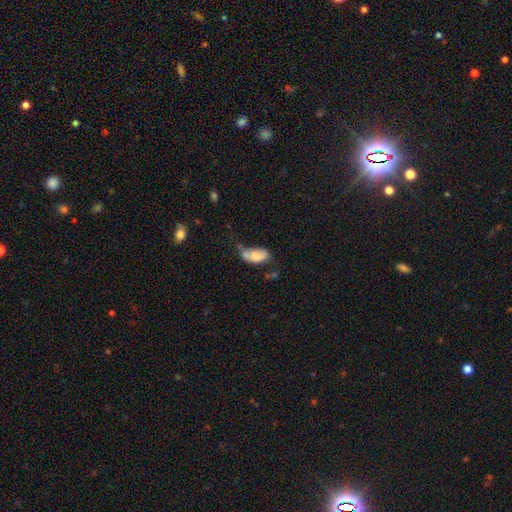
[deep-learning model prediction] smooth-or-featured: smooth: 78% | featured or disk: 15% | star or artifact: 8%
  how-rounded: in between: 91% | cigar-shaped: 5% | round: 3%
  merging: none: 41% | minor disturbance: 34% | major disturbance: 13% | merger: 12%